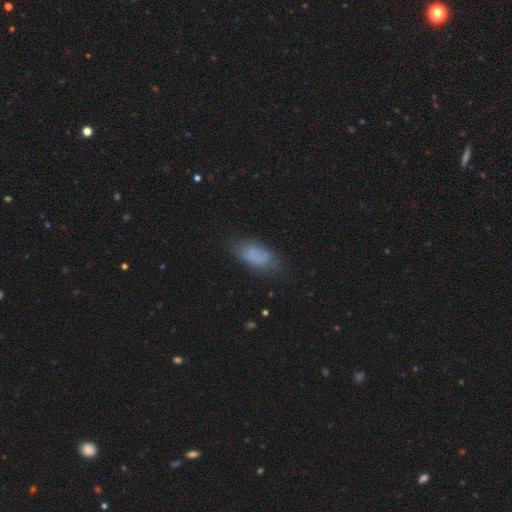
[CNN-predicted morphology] smooth-or-featured: smooth: 75% | featured or disk: 15% | star or artifact: 10%
  how-rounded: in between: 88% | cigar-shaped: 8% | round: 4%
  merging: none: 61% | minor disturbance: 26% | major disturbance: 11% | merger: 2%